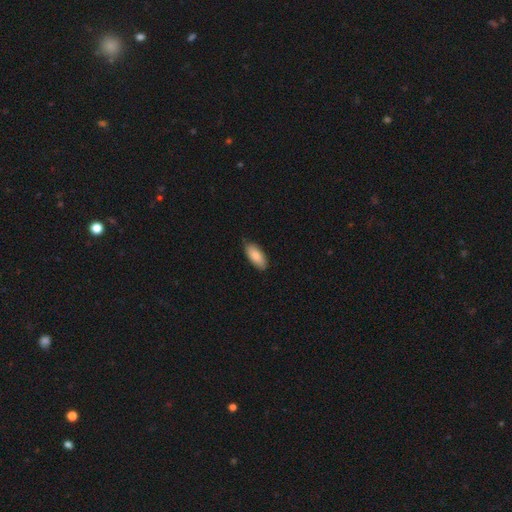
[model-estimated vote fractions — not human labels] Overall: smooth (86%). How rounded: in between (88%). Merging: none (83%).